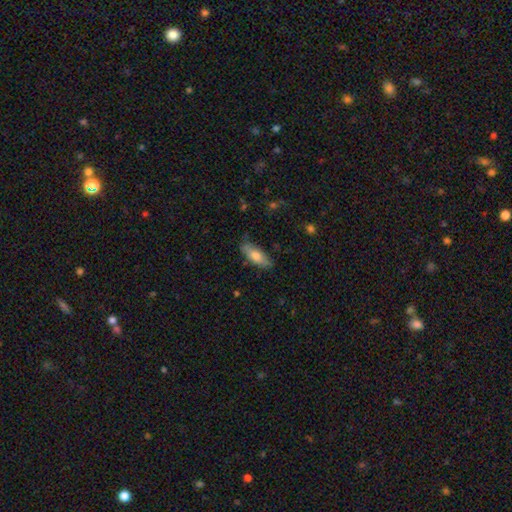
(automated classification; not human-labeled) Smooth or featured? smooth (71%)
How rounded? in between (66%)
Merging? none (80%)